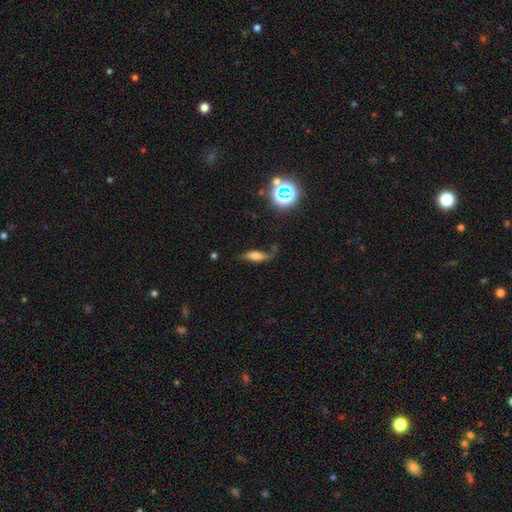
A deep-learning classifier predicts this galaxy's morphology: This appears to be a smooth galaxy with no disk features (48%). Merging: none (60%).